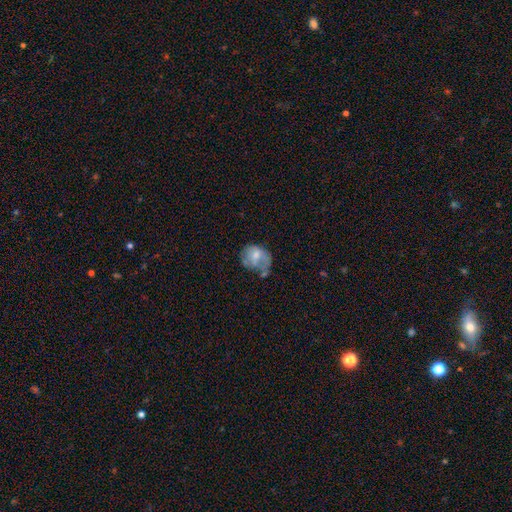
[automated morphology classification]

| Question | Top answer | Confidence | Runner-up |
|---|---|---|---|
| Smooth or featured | smooth | 56% | featured or disk (36%) |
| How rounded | in between | 54% | round (45%) |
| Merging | minor disturbance | 31% | none (30%) |